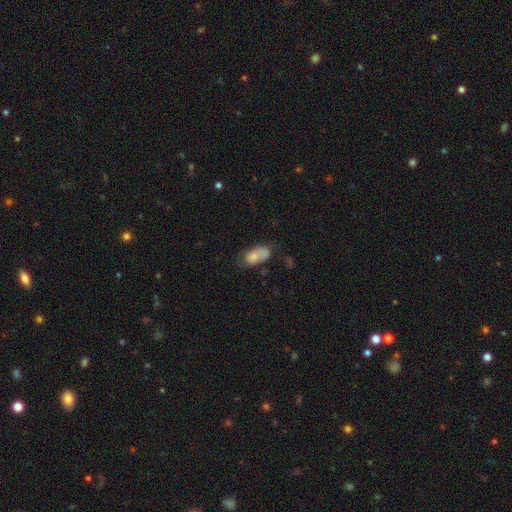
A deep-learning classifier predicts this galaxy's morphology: smooth 75%, featured or disk 18%, star or artifact 8%. Down the decision tree: how rounded — in between (91%); merging — none (47%).